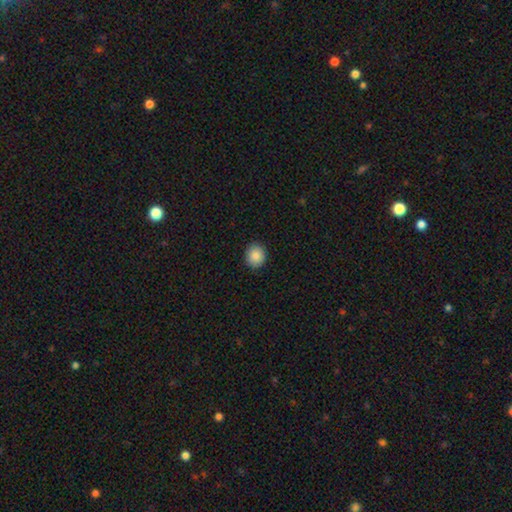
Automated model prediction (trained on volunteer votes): smooth_or_featured: smooth (p=0.88) [alt: star or artifact p=0.08]
how_rounded: round (p=0.81) [alt: in between p=0.18]
merging: none (p=0.91) [alt: minor disturbance p=0.07]